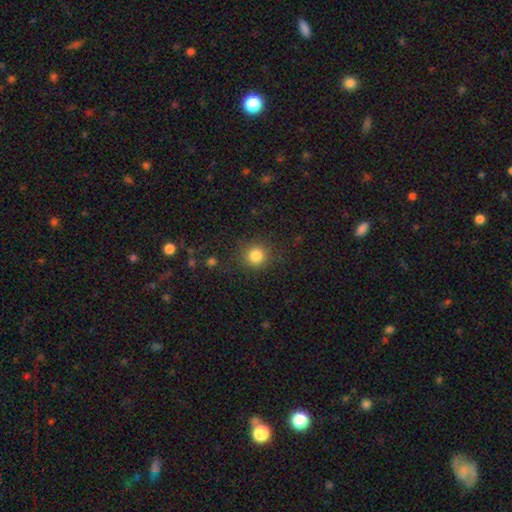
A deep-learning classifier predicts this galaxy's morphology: Smooth or featured: smooth — 84% (star or artifact — 12%)
How rounded: round — 92% (in between — 7%)
Merging: none — 86% (minor disturbance — 8%)